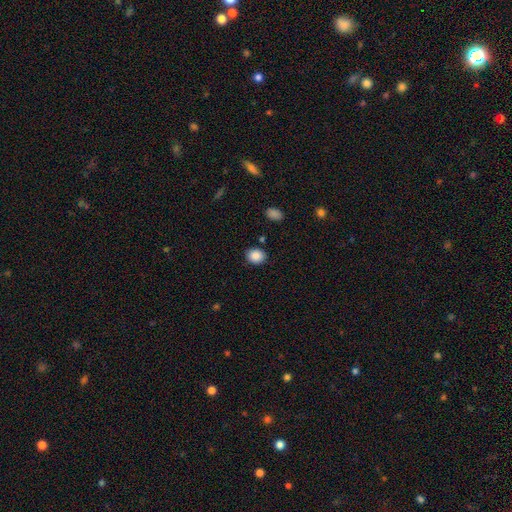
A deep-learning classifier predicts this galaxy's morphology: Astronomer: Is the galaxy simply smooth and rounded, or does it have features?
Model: smooth — 87%.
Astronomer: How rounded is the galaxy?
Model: round — 58% (runner-up: in between, 41%).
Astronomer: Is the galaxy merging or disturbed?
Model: none — 86%.